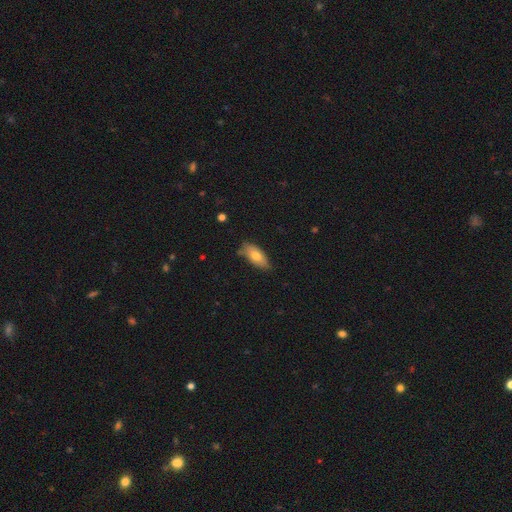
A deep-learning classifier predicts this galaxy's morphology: Smooth or featured? smooth (72%)
How rounded? in between (84%)
Merging? none (71%)